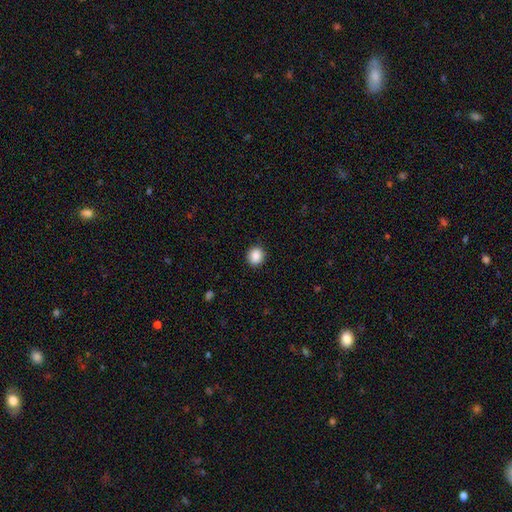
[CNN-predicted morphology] A smooth galaxy with no disk features (88%) that is round (84%).

Vote fractions:
- Smooth or featured? smooth: 88% / star or artifact: 9% / featured or disk: 3%
- How rounded? round: 84% / in between: 15% / cigar-shaped: 1%
- Merging? none: 90% / minor disturbance: 7% / major disturbance: 2% / merger: 1%